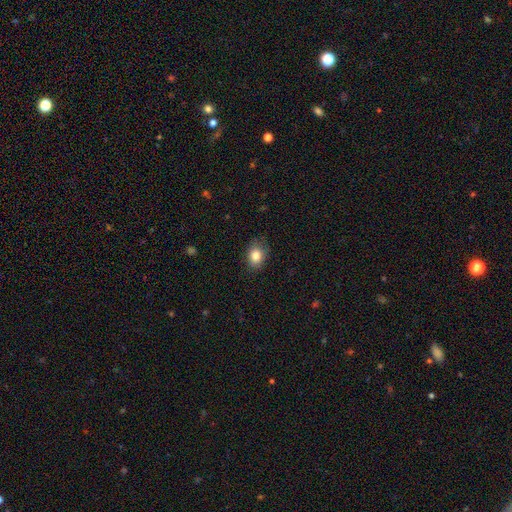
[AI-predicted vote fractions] Smooth or featured?
  - smooth: 84% *
  - star or artifact: 9%
  - featured or disk: 7%
How rounded?
  - in between: 66% *
  - round: 33%
  - cigar-shaped: 1%
Merging?
  - none: 80% *
  - minor disturbance: 16%
  - major disturbance: 3%
  - merger: 1%